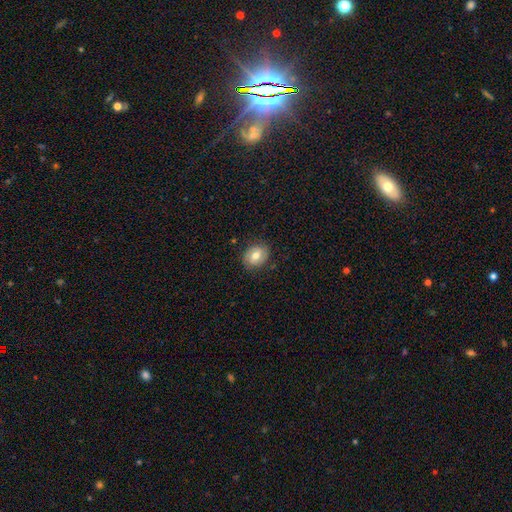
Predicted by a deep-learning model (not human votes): Smooth or featured? smooth (68%)
How rounded? in between (50%)
Merging? none (83%)